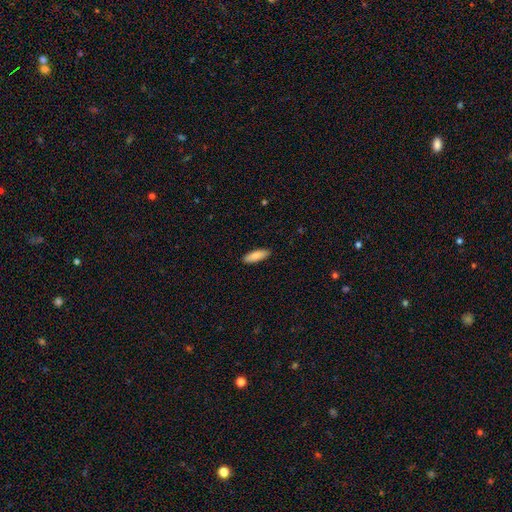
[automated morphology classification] smooth_or_featured: smooth (p=0.85) [alt: featured or disk p=0.09]
how_rounded: in between (p=0.58) [alt: cigar-shaped p=0.40]
merging: none (p=0.90) [alt: minor disturbance p=0.07]